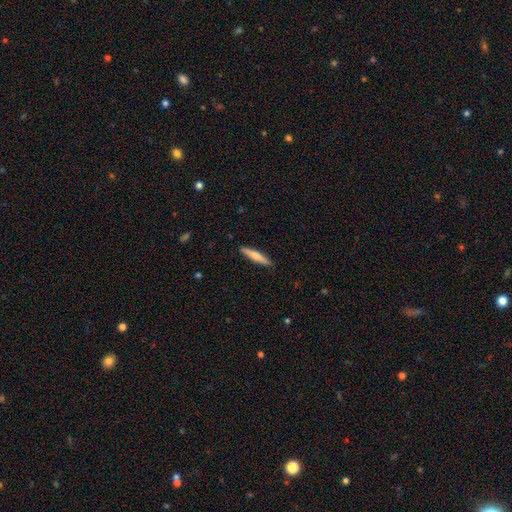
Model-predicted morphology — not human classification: A smooth galaxy with no disk features (62%) that is cigar-shaped (90%). Merging: none (90%).